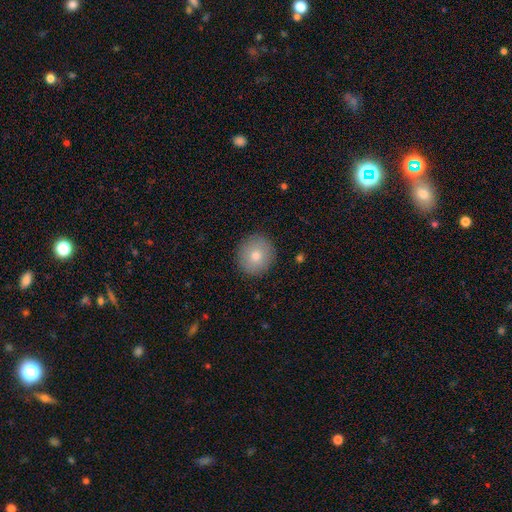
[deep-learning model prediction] A smooth galaxy with no disk features (77%) that is round (91%). Merging: none (91%).